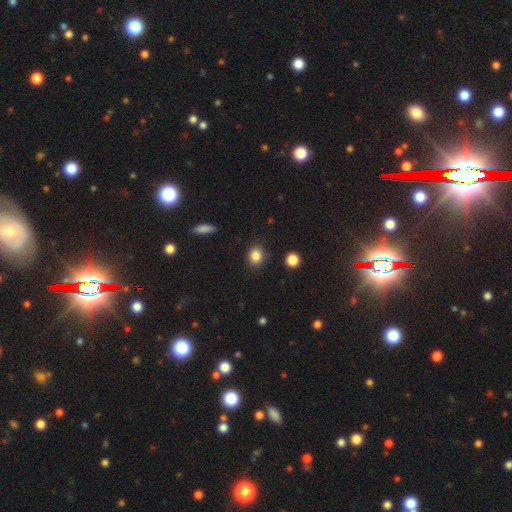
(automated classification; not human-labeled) The model was most divided on "how rounded": round: 54%, in between: 44%, cigar-shaped: 1%. More confident: merging — none (87%); smooth or featured — smooth (85%).